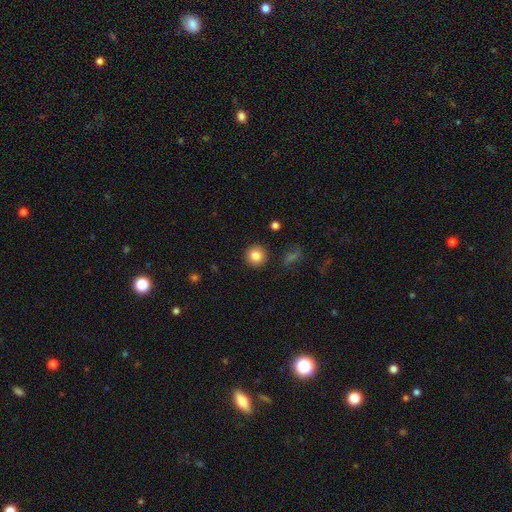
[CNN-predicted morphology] Smooth or featured? Predicted: smooth (p=0.84). How rounded? Predicted: round (p=0.94). Merging? Predicted: none (p=0.91).